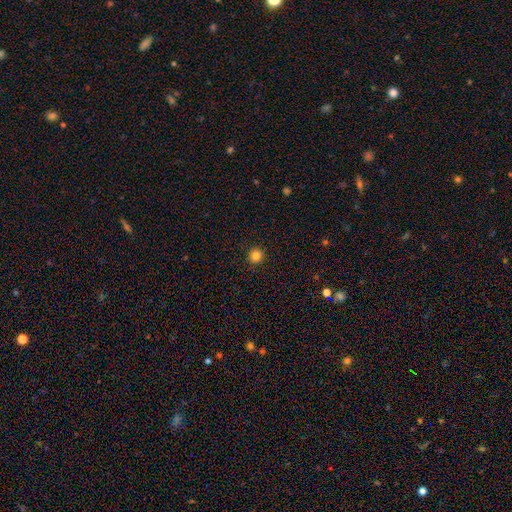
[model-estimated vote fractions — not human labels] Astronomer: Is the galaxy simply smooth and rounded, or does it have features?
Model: smooth — 83%.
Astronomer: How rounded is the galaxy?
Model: round — 94%.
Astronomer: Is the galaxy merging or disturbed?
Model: none — 92%.